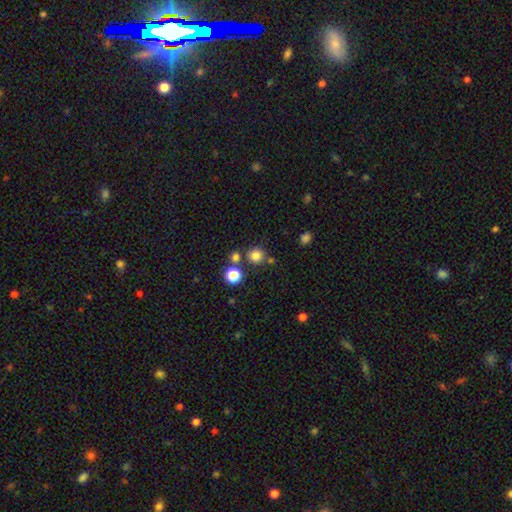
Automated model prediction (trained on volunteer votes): Q: Smooth or featured?
A: smooth (80%); runner-up: star or artifact (15%)
Q: How rounded?
A: round (93%); runner-up: in between (6%)
Q: Merging?
A: none (77%); runner-up: merger (12%)